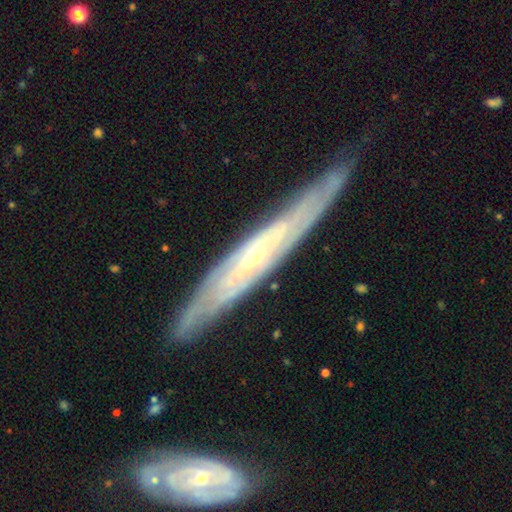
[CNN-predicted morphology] Smooth or featured? featured or disk (80%)
Edge-on disk? yes (61%)
Merging? none (79%)